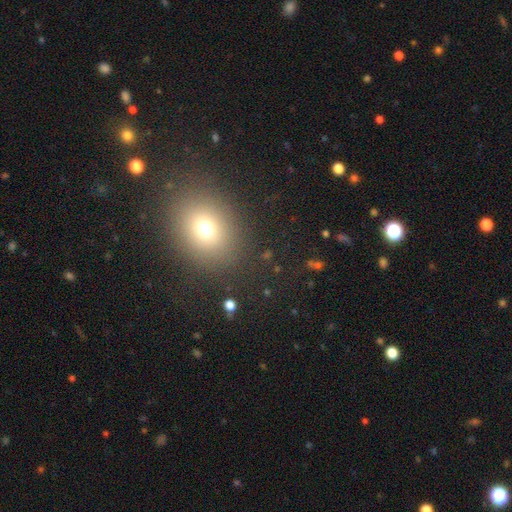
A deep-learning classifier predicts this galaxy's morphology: This is likely a smooth galaxy (63%). How rounded: possibly round (54%). Merging: clearly none (89%).